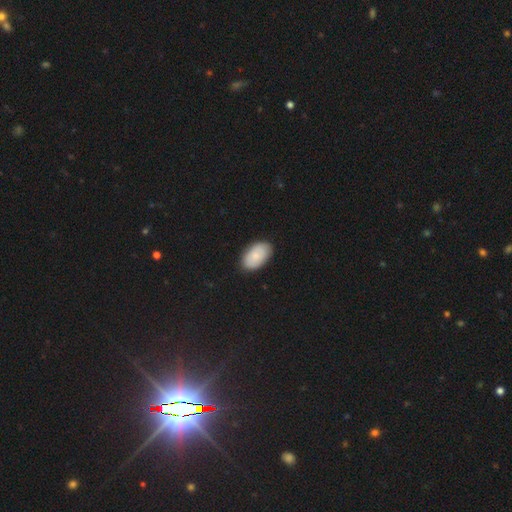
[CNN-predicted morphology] Q: Smooth or featured?
A: smooth (81%); runner-up: featured or disk (13%)
Q: How rounded?
A: in between (94%); runner-up: round (5%)
Q: Merging?
A: none (87%); runner-up: minor disturbance (10%)